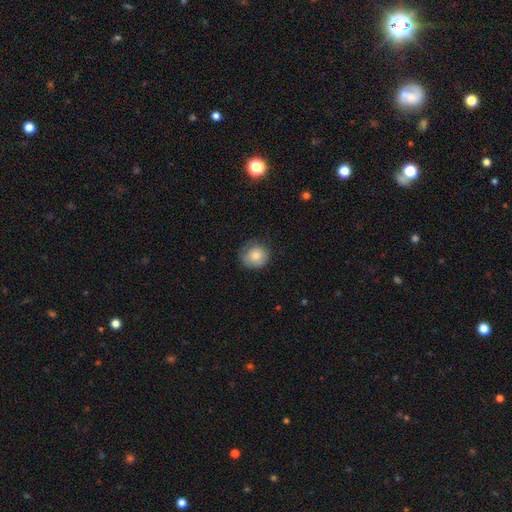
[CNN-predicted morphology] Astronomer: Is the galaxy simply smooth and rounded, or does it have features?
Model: smooth — 80%.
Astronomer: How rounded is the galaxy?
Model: round — 82%.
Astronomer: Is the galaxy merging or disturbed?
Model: none — 65%.